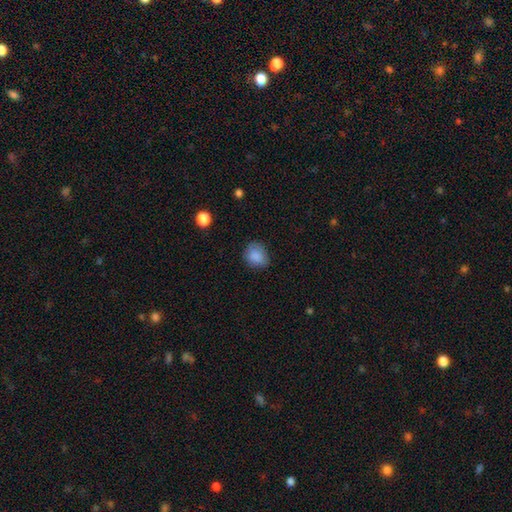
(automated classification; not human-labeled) Morphology: type=smooth (85%); roundness=round (57%); merging=none (71%).